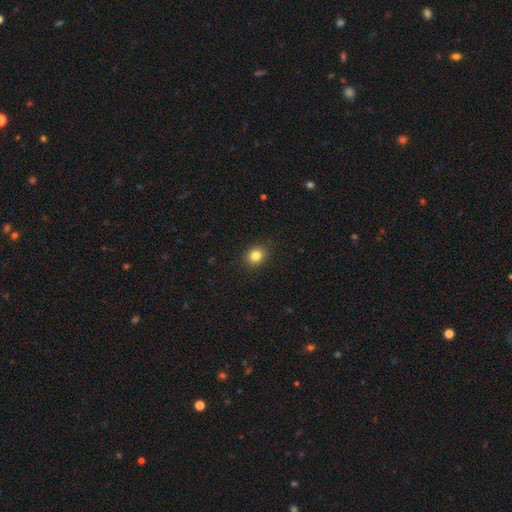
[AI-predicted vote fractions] Morphology: type=smooth (83%); roundness=round (61%); merging=none (90%).